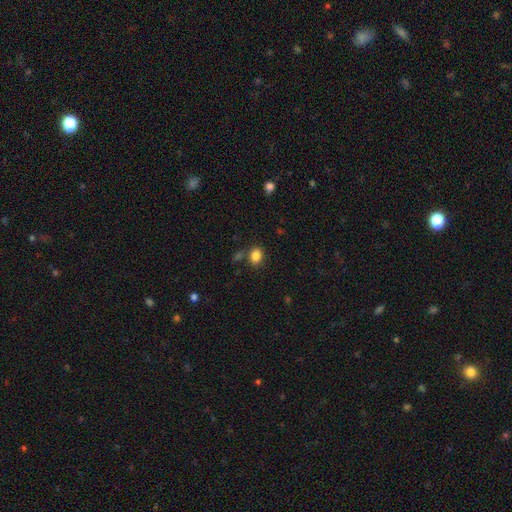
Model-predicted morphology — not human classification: This is clearly a smooth galaxy (85%). How rounded: likely in between (61%). Merging: likely none (76%).